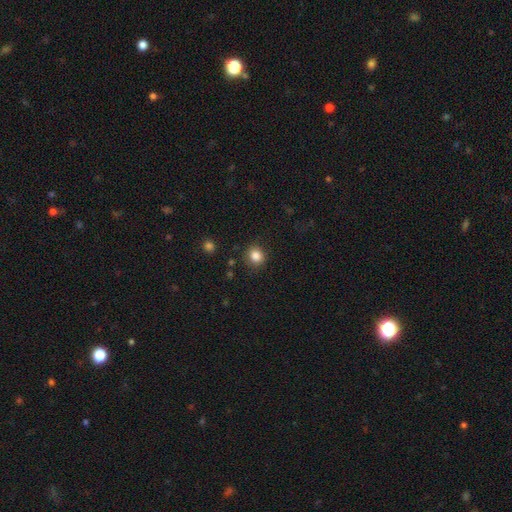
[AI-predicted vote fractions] Overall: smooth (84%). How rounded: round (82%). Merging: none (86%).